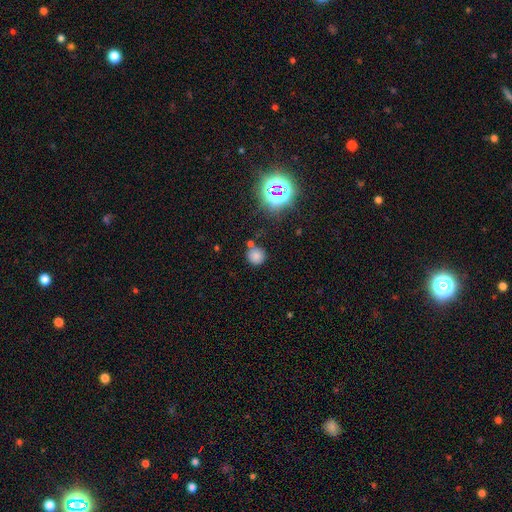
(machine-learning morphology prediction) Smooth or featured? smooth (73%)
How rounded? round (90%)
Merging? none (74%)